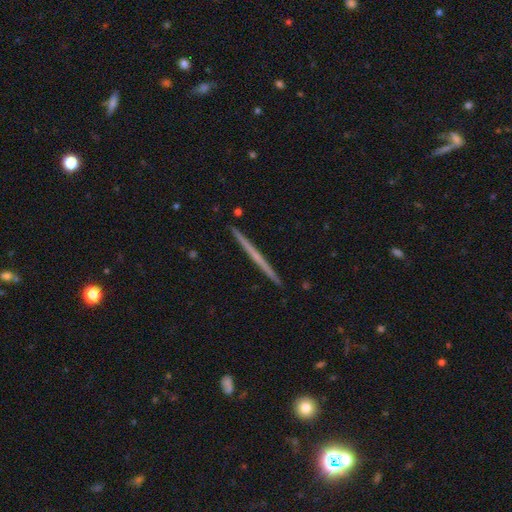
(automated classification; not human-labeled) featured or disk 61%, smooth 33%, star or artifact 5%. Down the decision tree: edge-on disk — yes (98%); edge-on bulge — none (85%); merging — none (93%).